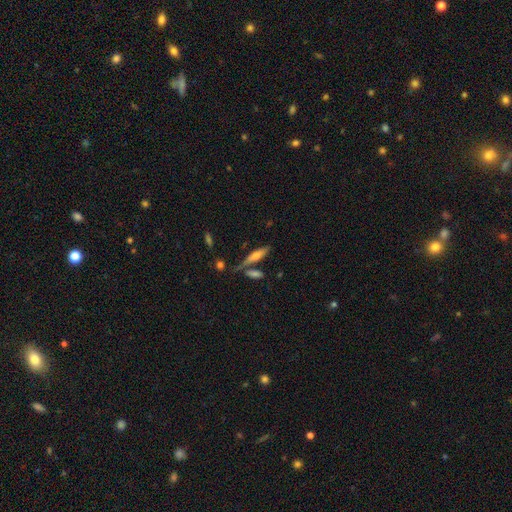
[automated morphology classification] This is possibly a smooth galaxy (55%). How rounded: likely cigar-shaped (70%). Merging: likely none (63%).